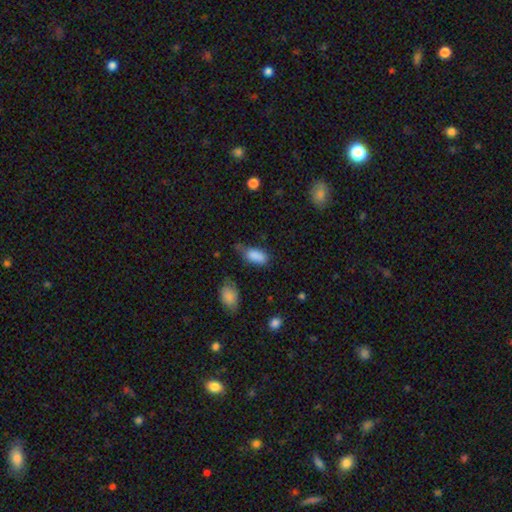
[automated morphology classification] Q: Smooth or featured?
A: smooth (85%); runner-up: star or artifact (8%)
Q: How rounded?
A: in between (89%); runner-up: cigar-shaped (7%)
Q: Merging?
A: none (46%); runner-up: minor disturbance (37%)